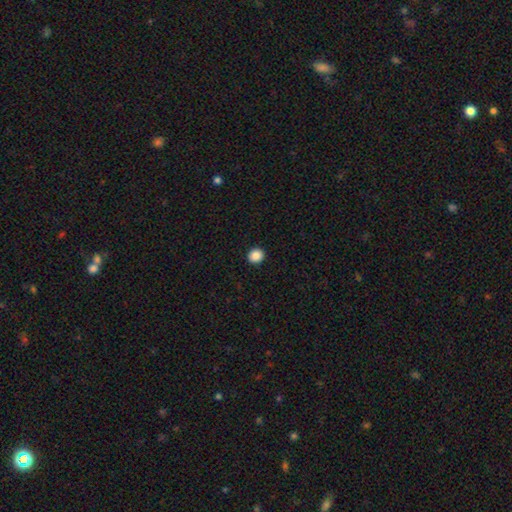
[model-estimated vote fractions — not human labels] Smooth or featured? Predicted: smooth (p=0.88). How rounded? Predicted: round (p=0.89). Merging? Predicted: none (p=0.93).